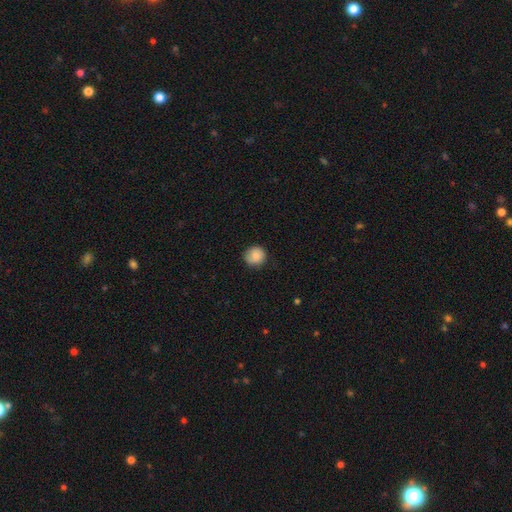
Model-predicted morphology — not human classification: Smooth or featured? smooth (86%)
How rounded? round (90%)
Merging? none (84%)